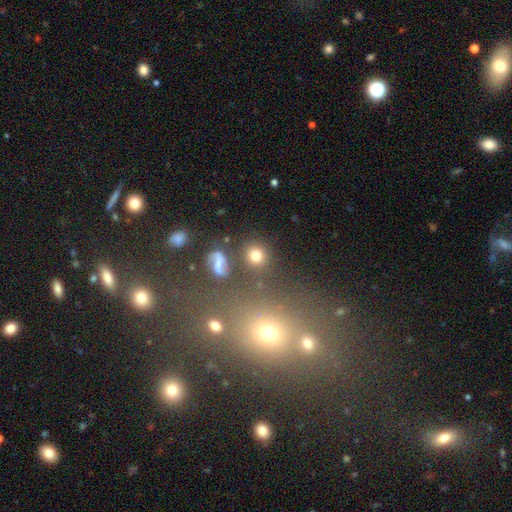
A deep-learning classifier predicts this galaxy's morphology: The model was most divided on "smooth or featured": smooth: 74%, star or artifact: 13%, featured or disk: 12%. More confident: how rounded — round (87%); merging — none (80%).